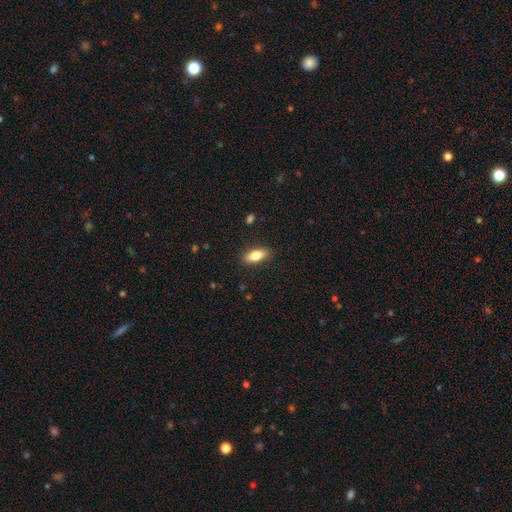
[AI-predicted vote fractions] smooth-or-featured: smooth: 82% | featured or disk: 12% | star or artifact: 7%
  how-rounded: in between: 79% | cigar-shaped: 18% | round: 3%
  merging: none: 88% | minor disturbance: 9% | major disturbance: 2% | merger: 1%